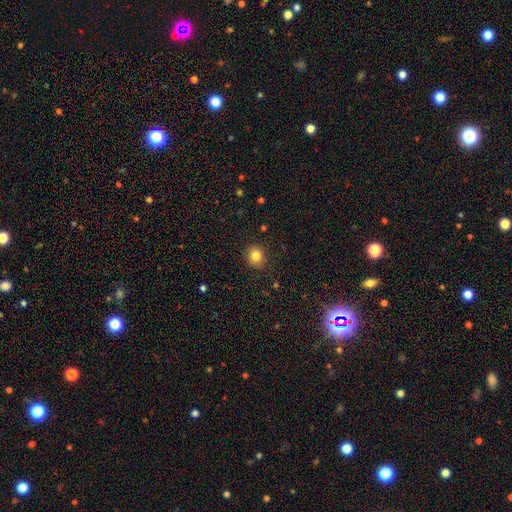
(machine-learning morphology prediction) Smooth or featured? smooth (83%)
How rounded? round (82%)
Merging? none (89%)